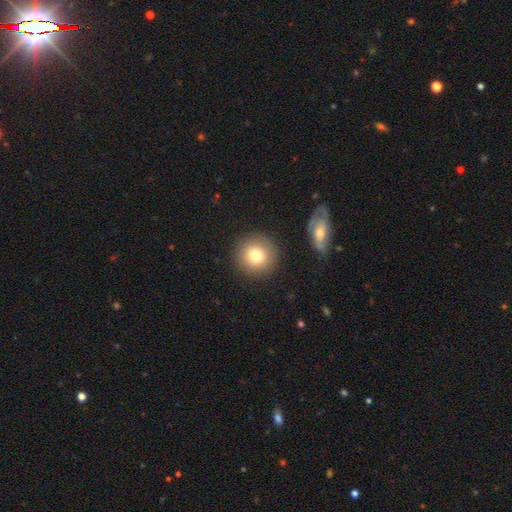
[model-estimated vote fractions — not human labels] Smooth or featured? Predicted: smooth (p=0.78). How rounded? Predicted: round (p=0.94). Merging? Predicted: none (p=0.89).